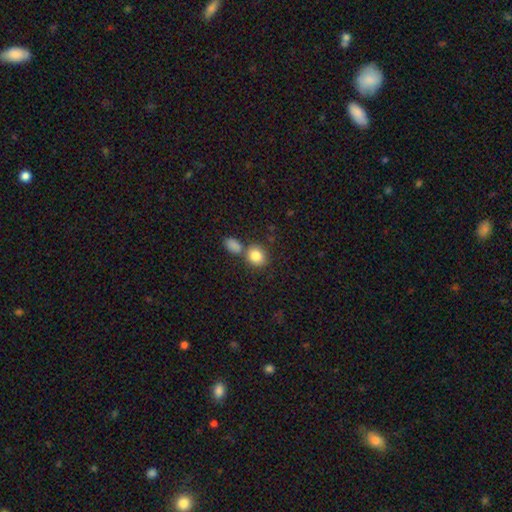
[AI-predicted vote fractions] Q: Smooth or featured?
A: smooth (84%); runner-up: star or artifact (9%)
Q: How rounded?
A: round (64%); runner-up: in between (35%)
Q: Merging?
A: none (58%); runner-up: merger (27%)